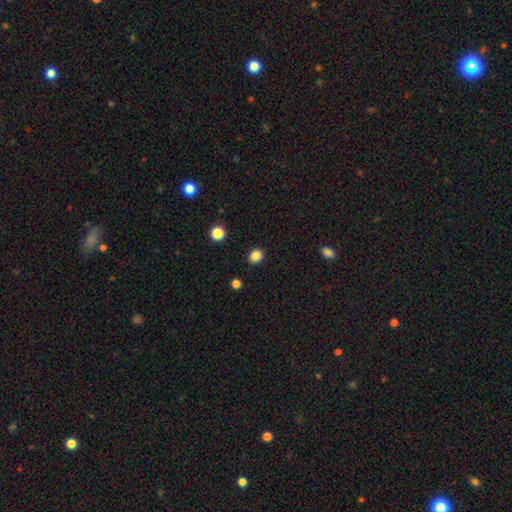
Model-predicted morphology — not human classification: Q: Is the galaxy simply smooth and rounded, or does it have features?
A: smooth — 85%.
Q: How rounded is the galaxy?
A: round — 61%.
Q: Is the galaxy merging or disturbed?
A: none — 89%.